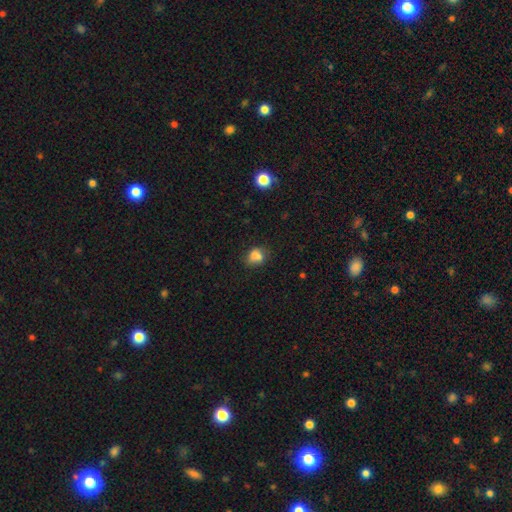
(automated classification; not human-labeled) Q: Smooth or featured?
A: smooth (74%); runner-up: featured or disk (14%)
Q: How rounded?
A: round (50%); runner-up: in between (48%)
Q: Merging?
A: none (44%); runner-up: merger (33%)